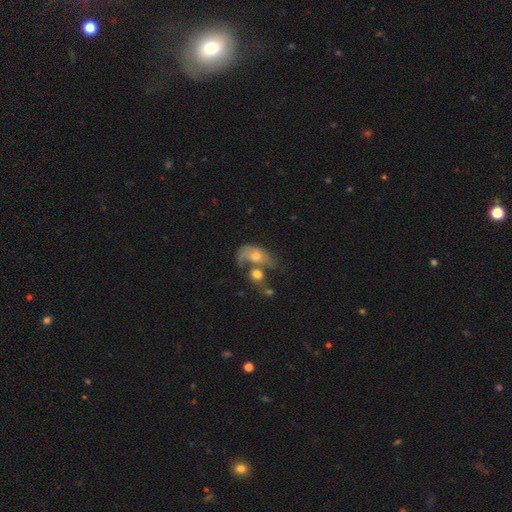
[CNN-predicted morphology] Smooth or featured?
  - smooth: 47% *
  - featured or disk: 44%
  - star or artifact: 8%
Merging?
  - merger: 56% *
  - major disturbance: 18%
  - none: 15%
  - minor disturbance: 10%